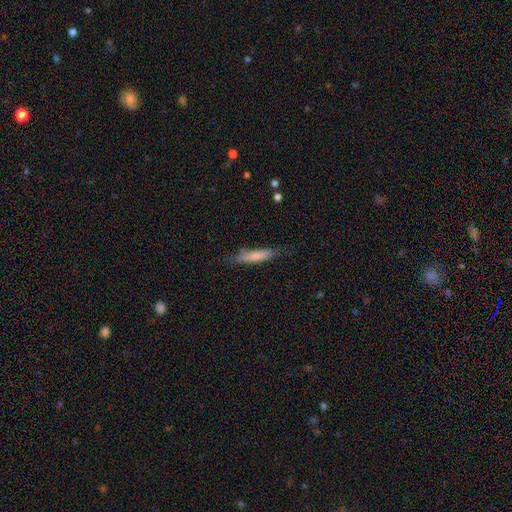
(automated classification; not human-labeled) This is likely a smooth galaxy (73%). How rounded: clearly cigar-shaped (84%). Merging: likely none (71%).